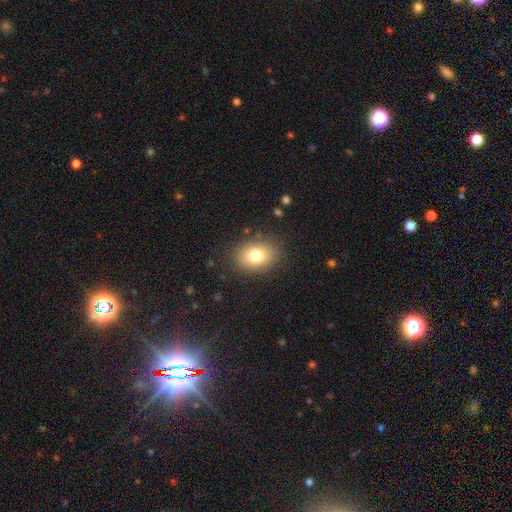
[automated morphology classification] Smooth or featured: smooth — 79% (featured or disk — 11%)
How rounded: in between — 70% (round — 29%)
Merging: none — 85% (minor disturbance — 10%)